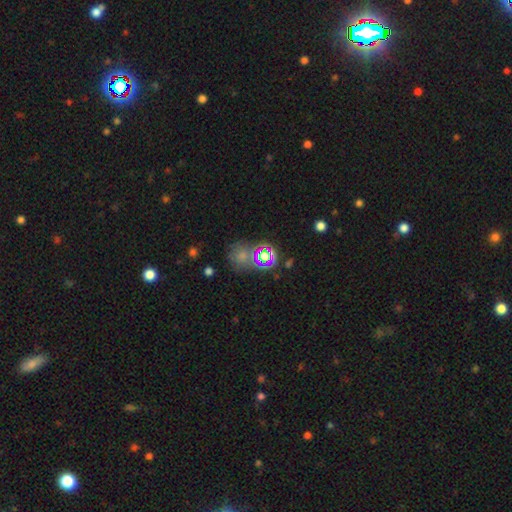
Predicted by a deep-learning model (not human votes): Smooth or featured: smooth — 42% (star or artifact — 41%)
Merging: none — 52% (merger — 26%)